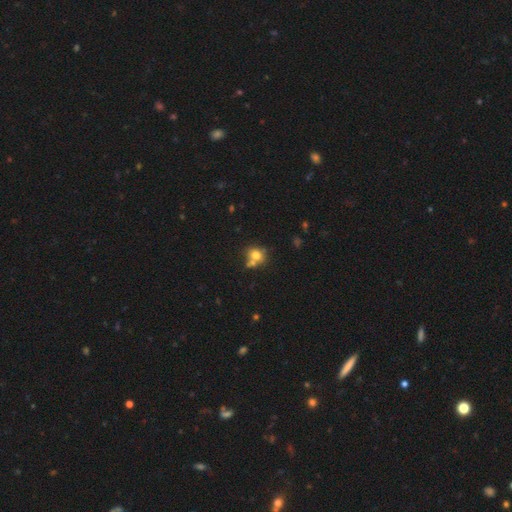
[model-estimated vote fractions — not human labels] smooth_or_featured: smooth (p=0.74) [alt: featured or disk p=0.13]
how_rounded: round (p=0.69) [alt: in between p=0.29]
merging: none (p=0.52) [alt: merger p=0.30]